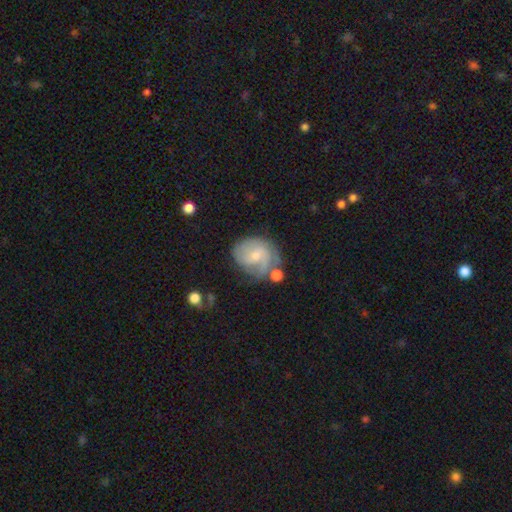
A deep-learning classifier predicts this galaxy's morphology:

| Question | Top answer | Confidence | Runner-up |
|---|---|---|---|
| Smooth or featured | featured or disk | 67% | smooth (26%) |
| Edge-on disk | no | 98% | yes (2%) |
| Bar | no | 52% | weak (41%) |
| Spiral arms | yes | 88% | no (12%) |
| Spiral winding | tight | 45% | medium (40%) |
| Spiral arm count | can't tell | 33% | 2 (31%) |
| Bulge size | small | 61% | moderate (33%) |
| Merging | none | 51% | minor disturbance (25%) |